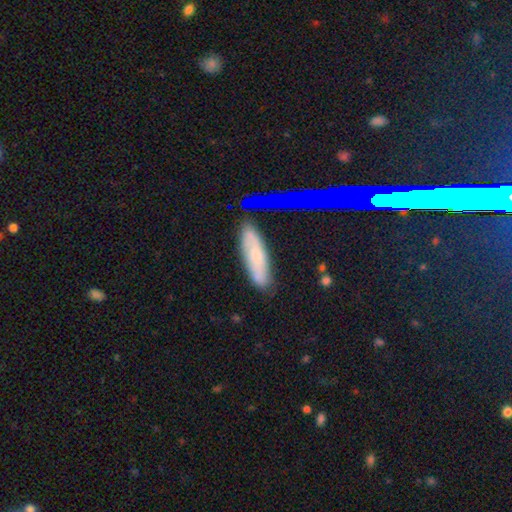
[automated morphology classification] Smooth or featured? smooth (59%)
How rounded? cigar-shaped (64%)
Merging? none (77%)